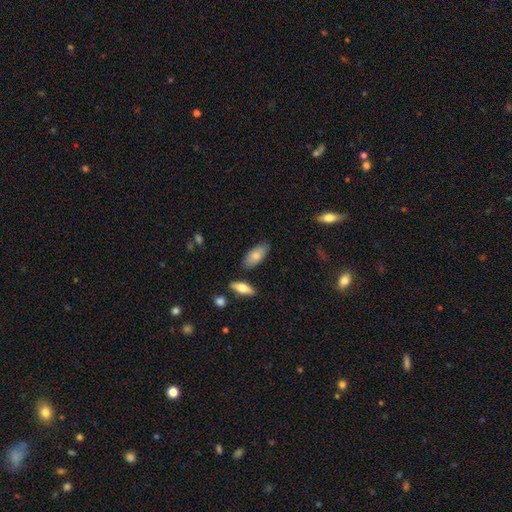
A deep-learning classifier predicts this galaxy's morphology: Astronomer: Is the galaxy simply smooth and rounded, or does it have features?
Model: smooth — 79%.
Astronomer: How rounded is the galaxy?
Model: in between — 87%.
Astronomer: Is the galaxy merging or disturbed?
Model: none — 80%.